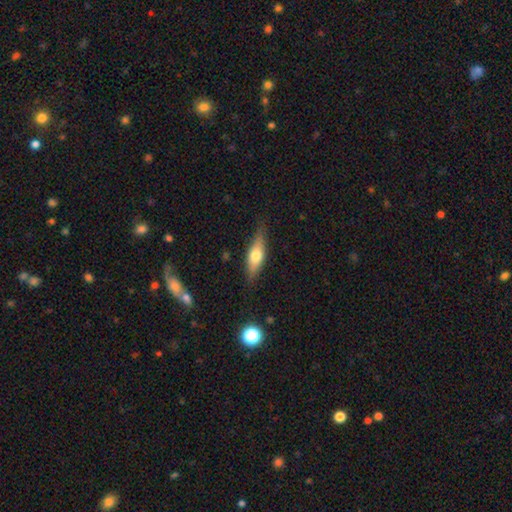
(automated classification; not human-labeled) A smooth galaxy with no disk features (57%) that is in between round and cigar-shaped (54%).

Vote fractions:
- Smooth or featured? smooth: 57% / featured or disk: 37% / star or artifact: 6%
- How rounded? in between: 54% / cigar-shaped: 42% / round: 3%
- Merging? none: 79% / minor disturbance: 16% / major disturbance: 3% / merger: 1%